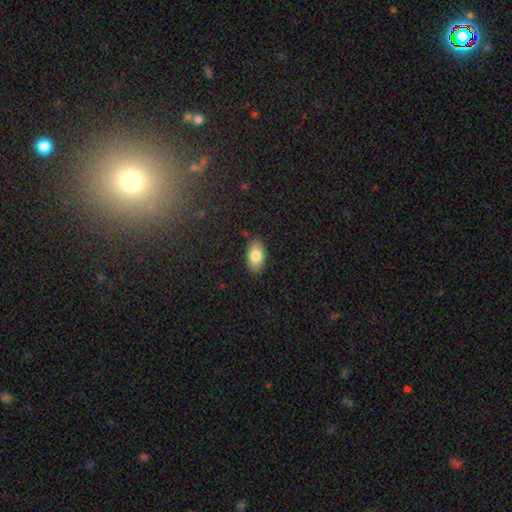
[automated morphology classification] A smooth galaxy with no disk features (80%) that is in between round and cigar-shaped (94%). Merging: none (87%).